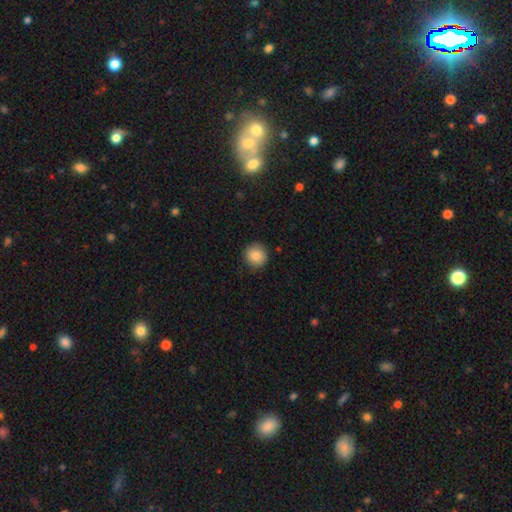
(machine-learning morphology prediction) smooth-or-featured: smooth: 87% | star or artifact: 8% | featured or disk: 5%
  how-rounded: round: 92% | in between: 7% | cigar-shaped: 1%
  merging: none: 88% | minor disturbance: 8% | major disturbance: 2% | merger: 1%